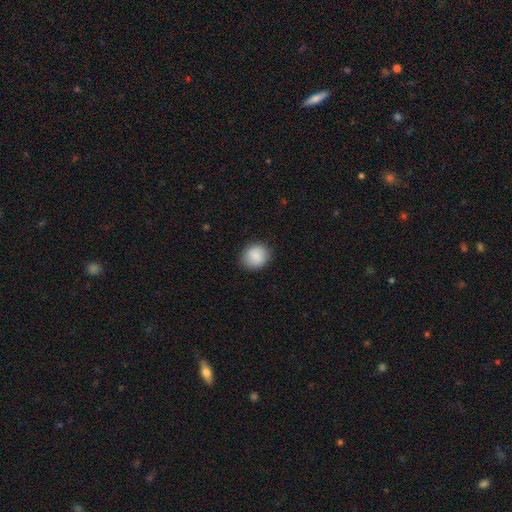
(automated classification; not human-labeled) Overall: smooth (88%). How rounded: round (74%). Merging: none (87%).